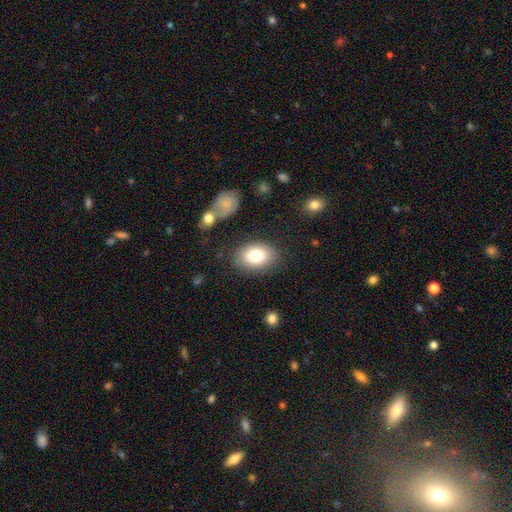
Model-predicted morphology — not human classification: type=smooth (82%); roundness=in between (85%); merging=none (81%).